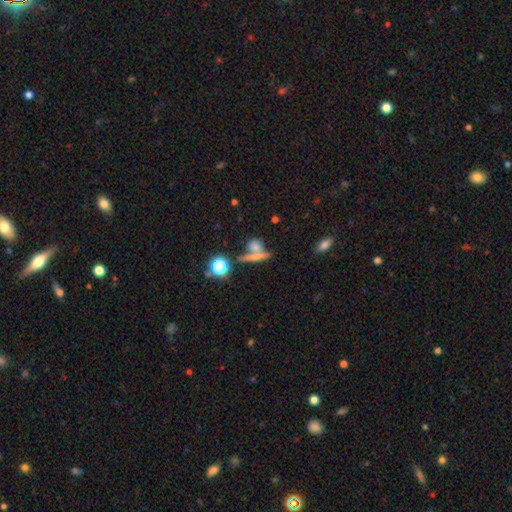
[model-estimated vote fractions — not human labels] Smooth or featured: smooth — 64% (featured or disk — 21%)
How rounded: cigar-shaped — 43% (round — 30%)
Merging: none — 49% (merger — 37%)